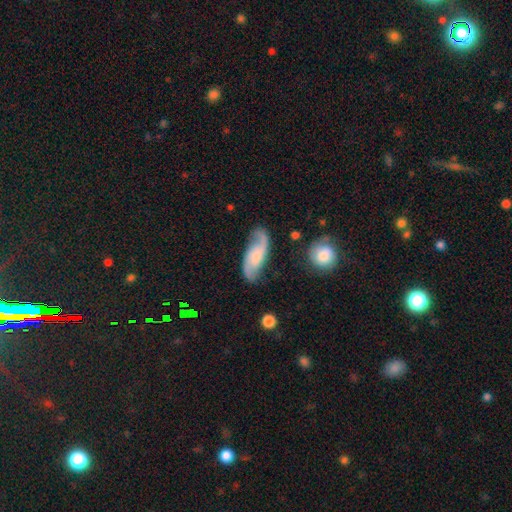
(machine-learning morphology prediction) smooth-or-featured: featured or disk: 72% | smooth: 22% | star or artifact: 6%
  disk-edge-on: no: 92% | yes: 8%
    bar: no: 54% | weak: 36% | strong: 9%
    has-spiral-arms: yes: 95% | no: 5%
      spiral-winding: loose: 55% | medium: 34% | tight: 12%
      spiral-arm-count: 2: 87% | 1: 5% | can't tell: 4% | 3: 1% | 4: 1% | more than 4: 1%
    bulge-size: small: 31% | none: 30% | moderate: 26% | large: 10% | dominant: 3%
  merging: none: 72% | minor disturbance: 18% | major disturbance: 7% | merger: 3%